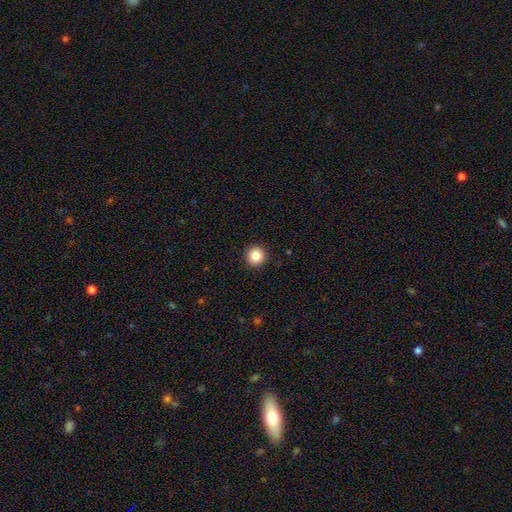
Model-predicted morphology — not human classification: The model was most divided on "smooth or featured": smooth: 86%, star or artifact: 10%, featured or disk: 4%. More confident: how rounded — round (95%); merging — none (93%).